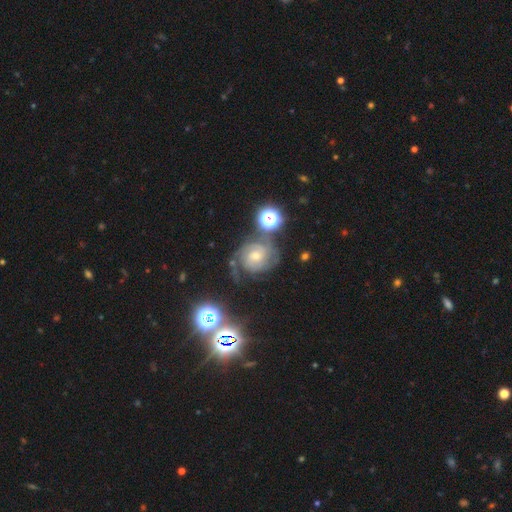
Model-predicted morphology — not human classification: Smooth or featured?
  - featured or disk: 72% *
  - star or artifact: 17%
  - smooth: 10%
Edge-on disk?
  - no: 98% *
  - yes: 2%
Bar?
  - no: 65% *
  - weak: 28%
  - strong: 7%
Spiral arms?
  - yes: 95% *
  - no: 5%
Spiral winding?
  - tight: 61% *
  - medium: 32%
  - loose: 7%
Spiral arm count?
  - 2: 37% *
  - can't tell: 25%
  - 3: 23%
  - 4: 6%
  - 1: 5%
  - more than 4: 4%
Bulge size?
  - moderate: 47% * (tied)
  - small: 47% * (tied)
  - large: 3%
  - none: 2%
  - dominant: 1%
Merging?
  - none: 64% *
  - minor disturbance: 18%
  - major disturbance: 11%
  - merger: 8%